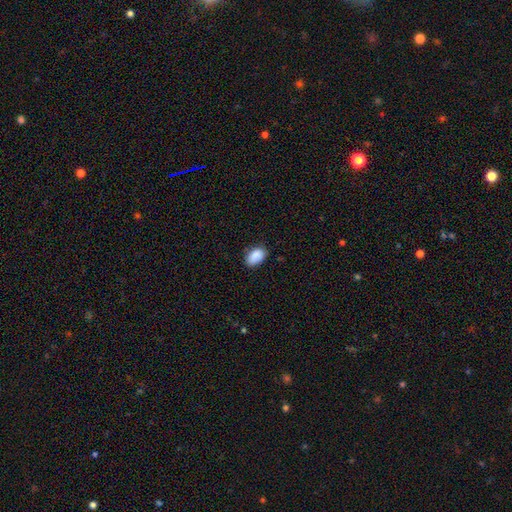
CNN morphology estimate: This is clearly a smooth galaxy (89%). How rounded: clearly in between (90%). Merging: likely none (77%).